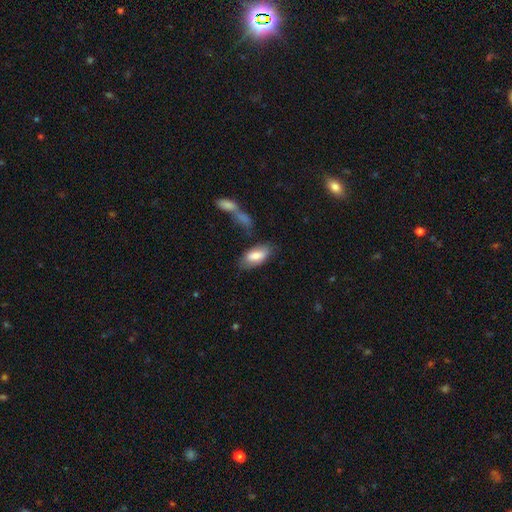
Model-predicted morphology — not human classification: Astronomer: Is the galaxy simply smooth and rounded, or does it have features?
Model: smooth — 76%.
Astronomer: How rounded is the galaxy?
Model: in between — 88%.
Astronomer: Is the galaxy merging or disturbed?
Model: none — 66%.